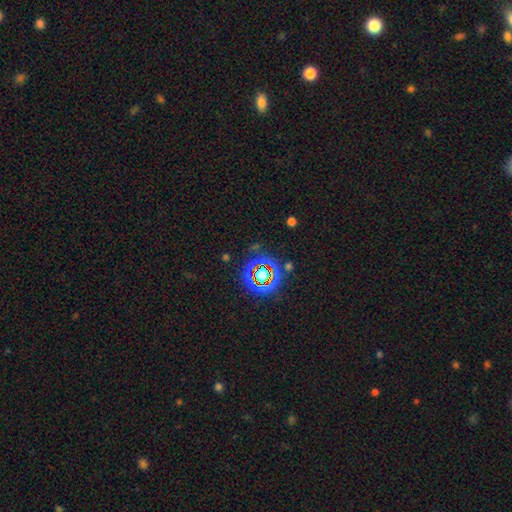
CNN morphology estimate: type=star or artifact (55%).